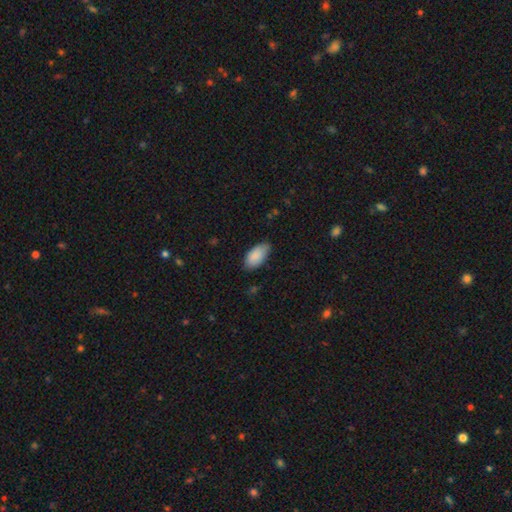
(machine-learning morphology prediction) A smooth galaxy with no disk features (89%) that is in between round and cigar-shaped (95%).

Vote fractions:
- Smooth or featured? smooth: 89% / star or artifact: 6% / featured or disk: 5%
- How rounded? in between: 95% / cigar-shaped: 3% / round: 2%
- Merging? none: 74% / minor disturbance: 22% / major disturbance: 3% / merger: 1%